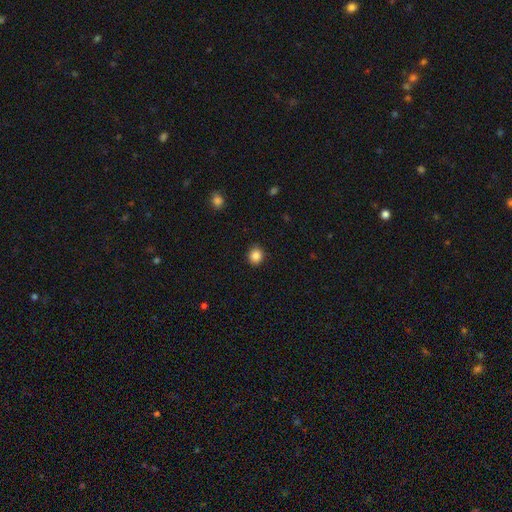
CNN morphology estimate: The model was most divided on "how rounded": round: 78%, in between: 21%, cigar-shaped: 1%. More confident: merging — none (90%); smooth or featured — smooth (86%).